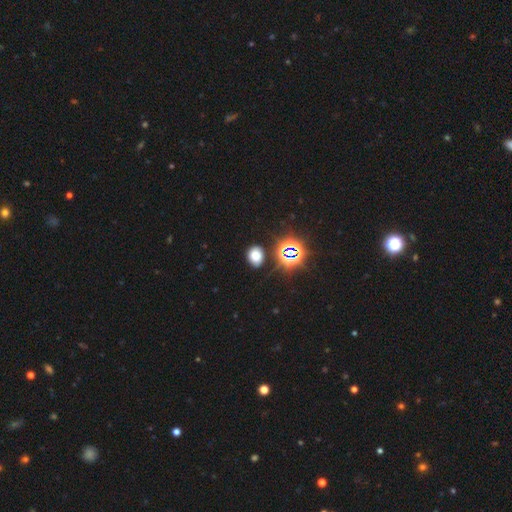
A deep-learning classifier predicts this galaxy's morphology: A smooth galaxy with no disk features (65%) that is in between round and cigar-shaped (55%).

Vote fractions:
- Smooth or featured? smooth: 65% / star or artifact: 26% / featured or disk: 9%
- How rounded? in between: 55% / round: 44% / cigar-shaped: 1%
- Merging? none: 79% / minor disturbance: 13% / major disturbance: 4% / merger: 3%